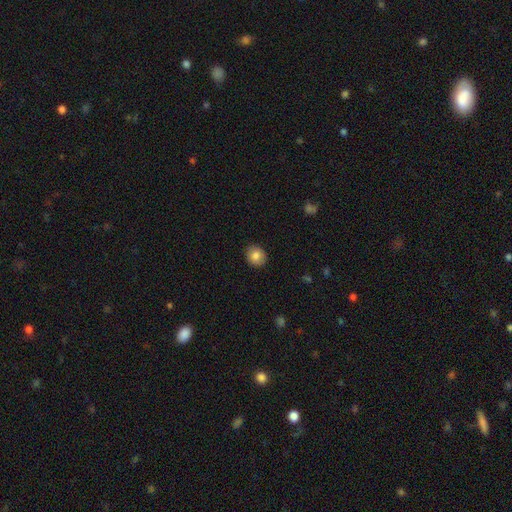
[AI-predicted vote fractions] Smooth or featured?
  - smooth: 84% *
  - star or artifact: 9%
  - featured or disk: 8%
How rounded?
  - round: 67% *
  - in between: 32%
  - cigar-shaped: 1%
Merging?
  - none: 89% *
  - minor disturbance: 8%
  - major disturbance: 2%
  - merger: 1%